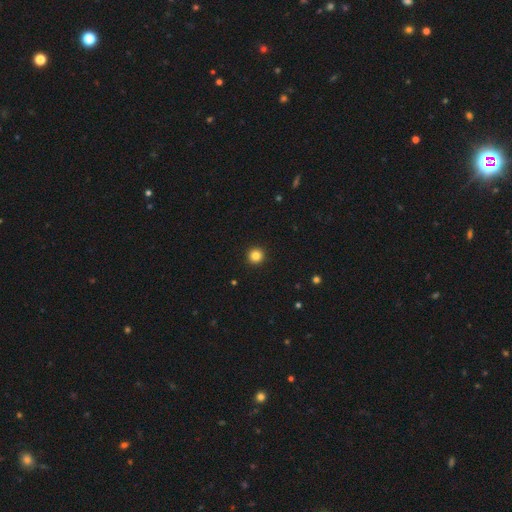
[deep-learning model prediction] A smooth galaxy with no disk features (84%) that is round (96%).

Vote fractions:
- Smooth or featured? smooth: 84% / star or artifact: 12% / featured or disk: 4%
- How rounded? round: 96% / in between: 3% / cigar-shaped: 1%
- Merging? none: 94% / minor disturbance: 4% / major disturbance: 1% / merger: 1%